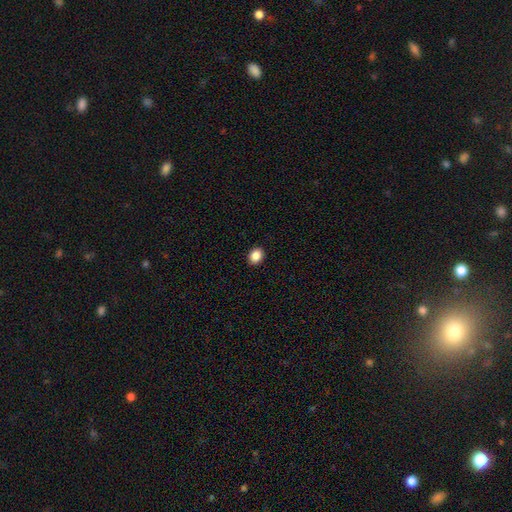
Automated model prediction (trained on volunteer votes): Smooth or featured?
  - smooth: 86% *
  - star or artifact: 9%
  - featured or disk: 4%
How rounded?
  - round: 50% *
  - in between: 49%
  - cigar-shaped: 1%
Merging?
  - none: 92% *
  - minor disturbance: 6%
  - major disturbance: 2%
  - merger: 1%